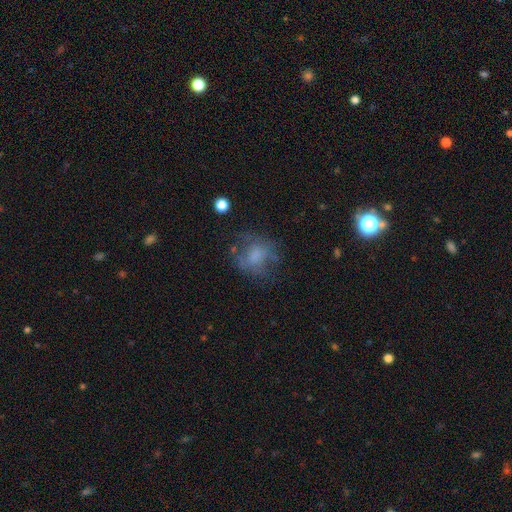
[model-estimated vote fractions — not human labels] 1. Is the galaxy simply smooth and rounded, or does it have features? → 50% smooth, 36% featured or disk, 14% star or artifact.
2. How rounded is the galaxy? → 66% round, 33% in between, 1% cigar-shaped.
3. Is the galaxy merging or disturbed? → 55% none, 21% minor disturbance, 21% major disturbance, 3% merger.